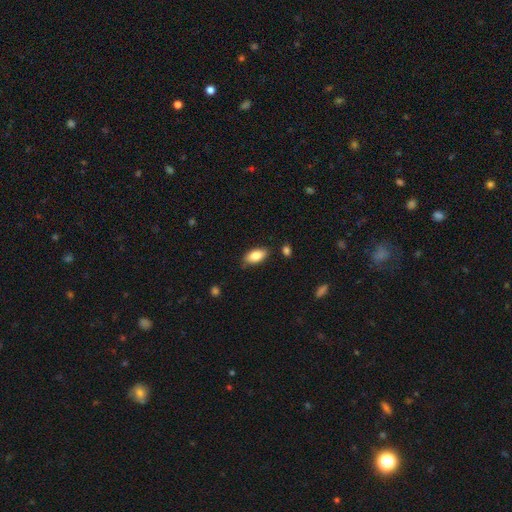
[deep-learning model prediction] This is clearly a smooth galaxy (84%). How rounded: clearly in between (91%). Merging: clearly none (82%).